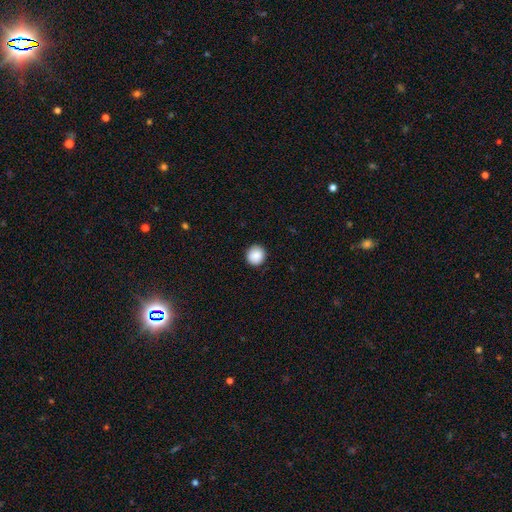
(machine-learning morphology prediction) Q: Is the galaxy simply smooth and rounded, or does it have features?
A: smooth — 89%.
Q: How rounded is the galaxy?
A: round — 92%.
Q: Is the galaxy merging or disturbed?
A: none — 91%.